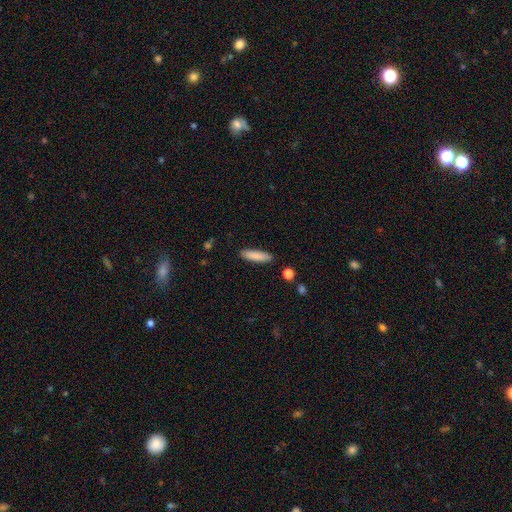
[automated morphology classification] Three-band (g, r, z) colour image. It shows a smooth galaxy with no disk features (86%) that is cigar-shaped (72%). Merging: none (87%).